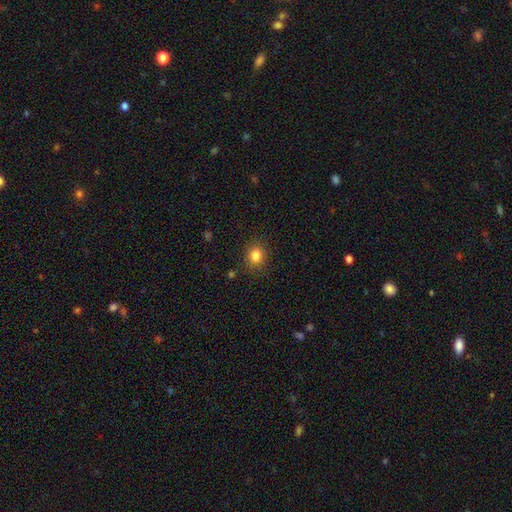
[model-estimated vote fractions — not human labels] A smooth galaxy with no disk features (83%) that is round (67%).

Vote fractions:
- Smooth or featured? smooth: 83% / star or artifact: 11% / featured or disk: 5%
- How rounded? round: 67% / in between: 32% / cigar-shaped: 1%
- Merging? none: 86% / minor disturbance: 10% / major disturbance: 3% / merger: 2%